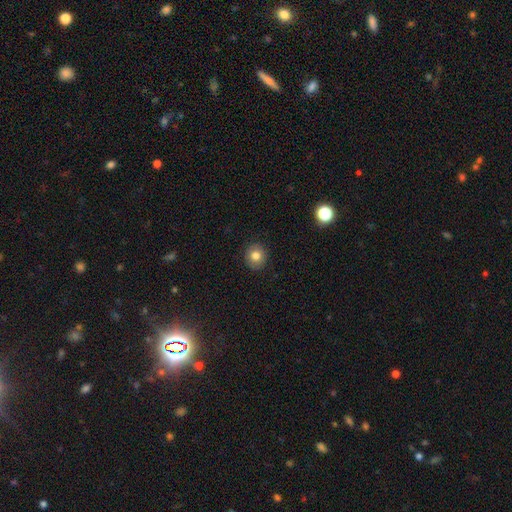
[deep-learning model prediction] smooth_or_featured: smooth (p=0.81) [alt: star or artifact p=0.10]
how_rounded: round (p=0.82) [alt: in between p=0.17]
merging: none (p=0.90) [alt: minor disturbance p=0.07]